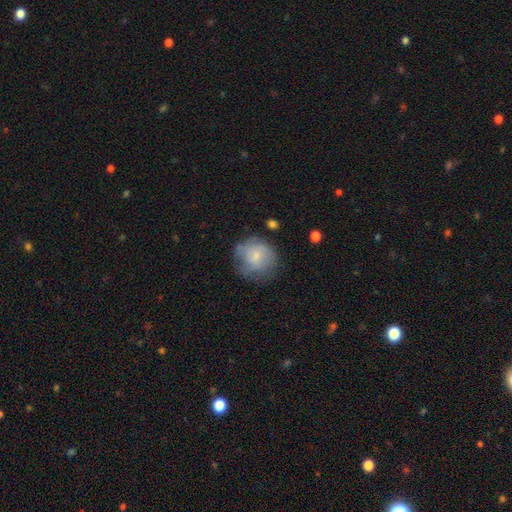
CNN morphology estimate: This is likely a smooth galaxy (68%). How rounded: likely round (79%). Merging: possibly none (56%).